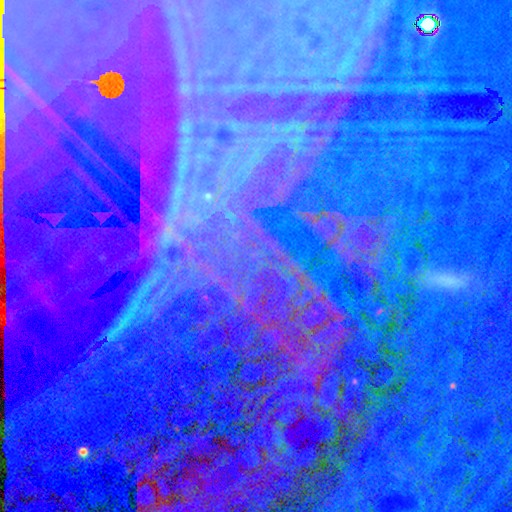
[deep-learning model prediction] Smooth or featured? star or artifact (87%)